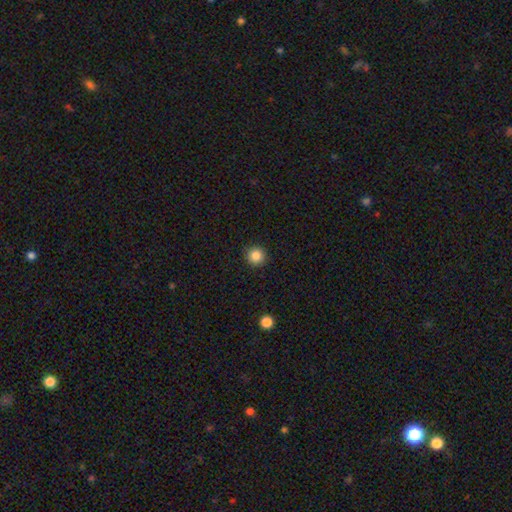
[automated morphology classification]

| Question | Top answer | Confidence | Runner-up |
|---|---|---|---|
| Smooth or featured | smooth | 86% | star or artifact (10%) |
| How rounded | round | 94% | in between (5%) |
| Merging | none | 92% | minor disturbance (5%) |